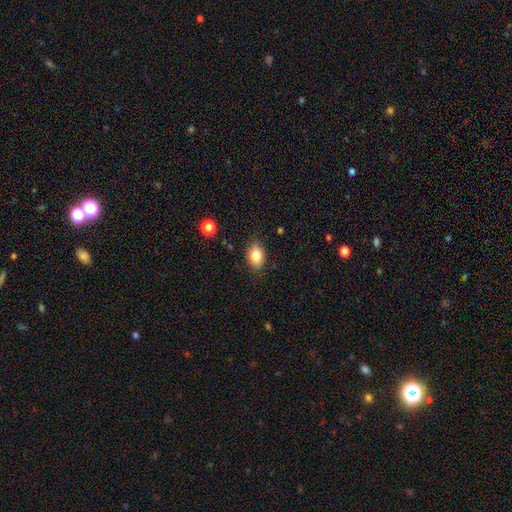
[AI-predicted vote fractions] This appears to be a smooth galaxy with no disk features (82%) that is in between round and cigar-shaped (79%). Merging: none (85%).